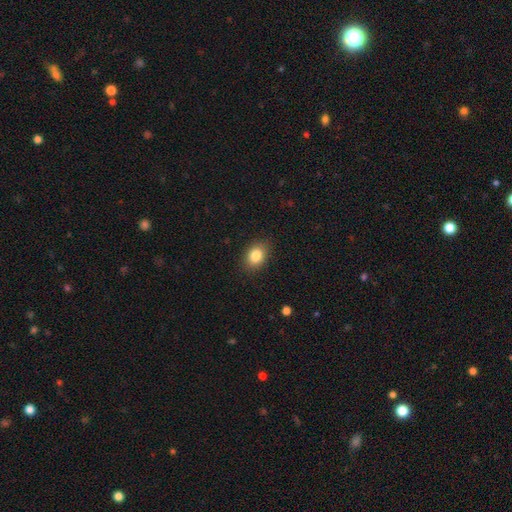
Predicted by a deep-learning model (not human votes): Q: Smooth or featured?
A: smooth (85%); runner-up: star or artifact (9%)
Q: How rounded?
A: in between (67%); runner-up: round (31%)
Q: Merging?
A: none (85%); runner-up: minor disturbance (11%)